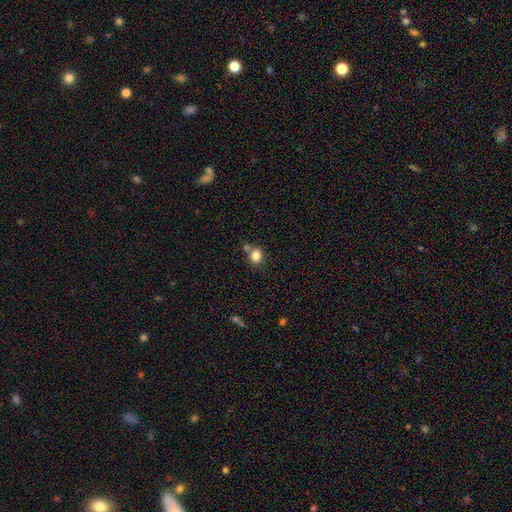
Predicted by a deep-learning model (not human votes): Smooth or featured?
  - smooth: 83% *
  - star or artifact: 11%
  - featured or disk: 6%
How rounded?
  - round: 69% *
  - in between: 30%
  - cigar-shaped: 1%
Merging?
  - none: 63% *
  - merger: 21%
  - minor disturbance: 12%
  - major disturbance: 4%